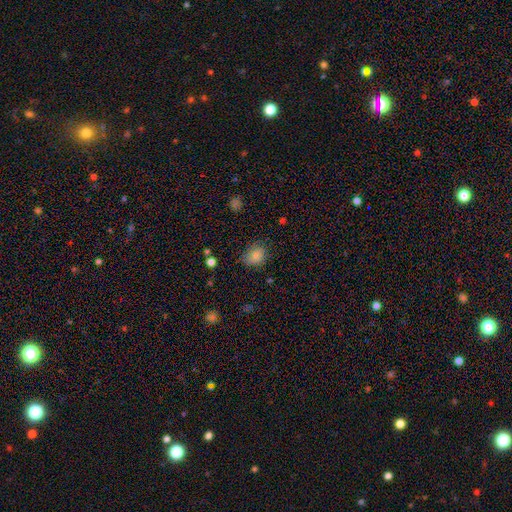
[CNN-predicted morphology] Overall: smooth (78%). How rounded: round (55%; in between 44%). Merging: none (66%).